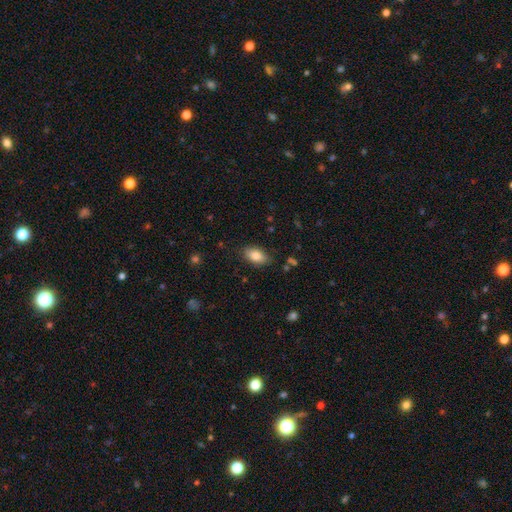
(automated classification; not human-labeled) smooth-or-featured: smooth: 83% | featured or disk: 10% | star or artifact: 7%
  how-rounded: in between: 91% | round: 6% | cigar-shaped: 3%
  merging: none: 83% | minor disturbance: 13% | major disturbance: 3% | merger: 1%